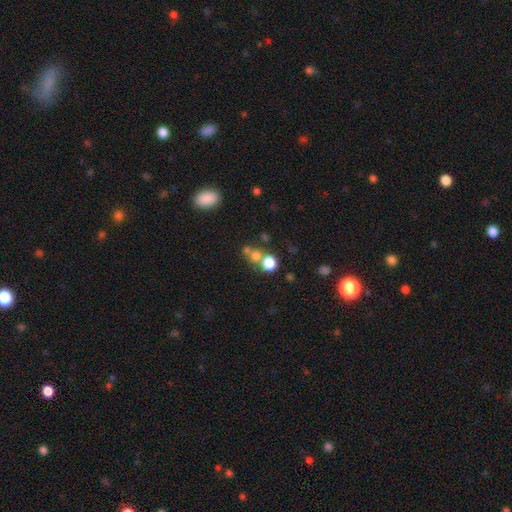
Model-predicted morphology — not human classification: Q: Smooth or featured?
A: smooth (71%); runner-up: star or artifact (19%)
Q: How rounded?
A: round (84%); runner-up: in between (15%)
Q: Merging?
A: none (51%); runner-up: merger (37%)